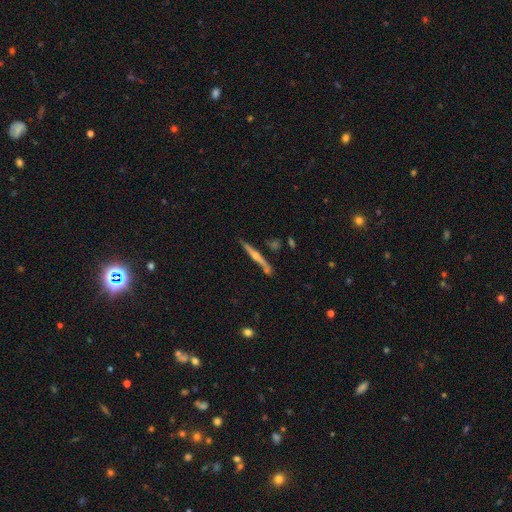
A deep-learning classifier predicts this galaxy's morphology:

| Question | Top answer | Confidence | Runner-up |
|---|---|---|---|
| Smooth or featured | featured or disk | 74% | smooth (20%) |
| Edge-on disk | yes | 98% | no (2%) |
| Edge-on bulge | rounded | 83% | none (12%) |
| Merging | none | 83% | minor disturbance (10%) |